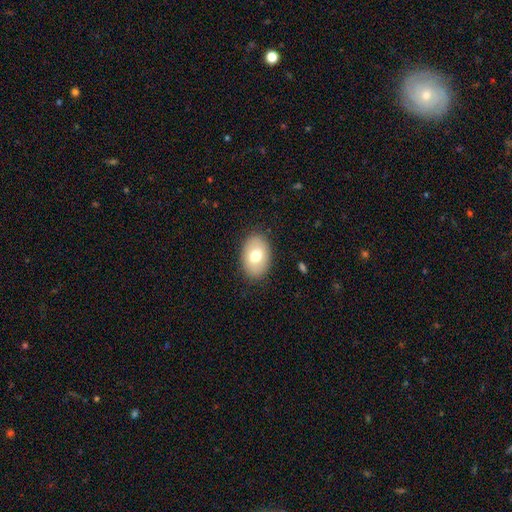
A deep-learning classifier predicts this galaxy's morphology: smooth_or_featured: smooth (p=0.73) [alt: featured or disk p=0.20]
how_rounded: in between (p=0.85) [alt: round p=0.14]
merging: none (p=0.87) [alt: minor disturbance p=0.10]